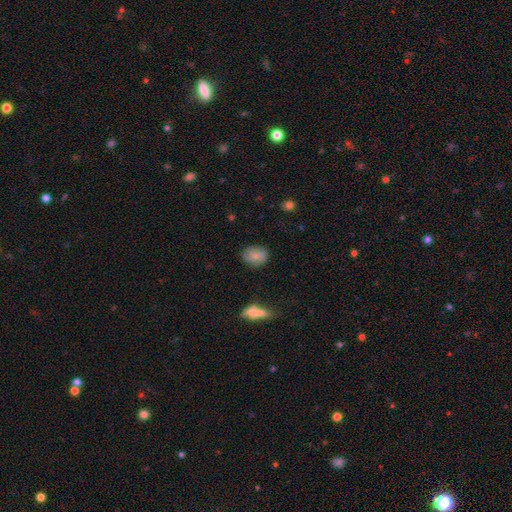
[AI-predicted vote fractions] Smooth or featured? smooth (79%)
How rounded? in between (59%)
Merging? none (76%)